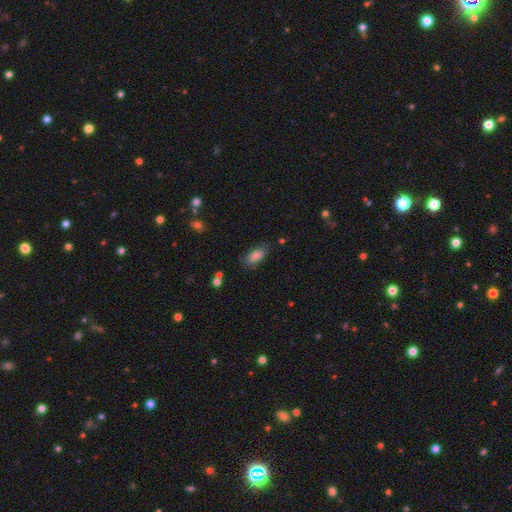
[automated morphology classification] Smooth or featured? Predicted: smooth (p=0.84). How rounded? Predicted: in between (p=0.86). Merging? Predicted: none (p=0.76).